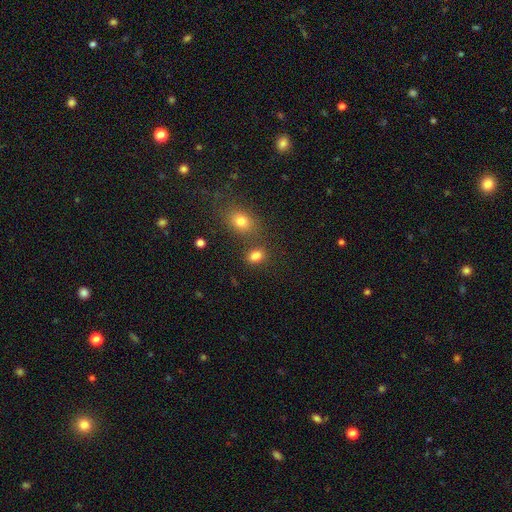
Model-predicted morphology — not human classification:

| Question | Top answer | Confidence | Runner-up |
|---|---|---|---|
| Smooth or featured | smooth | 81% | star or artifact (13%) |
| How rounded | in between | 64% | round (34%) |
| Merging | none | 68% | merger (16%) |